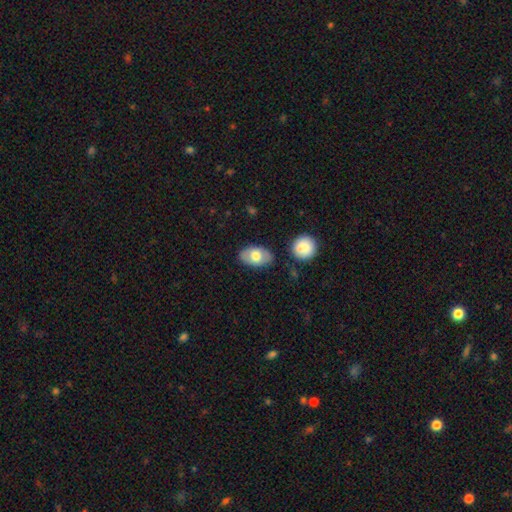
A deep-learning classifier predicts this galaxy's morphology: A smooth galaxy with no disk features (68%) that is in between round and cigar-shaped (89%).

Vote fractions:
- Smooth or featured? smooth: 68% / featured or disk: 25% / star or artifact: 6%
- How rounded? in between: 89% / round: 9% / cigar-shaped: 1%
- Merging? none: 80% / minor disturbance: 13% / merger: 4% / major disturbance: 3%